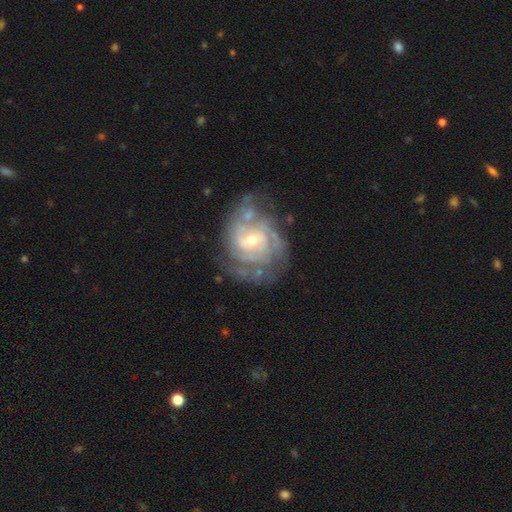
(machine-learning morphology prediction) Smooth or featured: featured or disk — 87% (smooth — 8%)
Edge-on disk: no — 97% (yes — 3%)
Bar: no — 55% (weak — 36%)
Spiral arms: yes — 94% (no — 6%)
Spiral winding: tight — 66% (medium — 28%)
Spiral arm count: can't tell — 33% (3 — 23%)
Bulge size: moderate — 49% (small — 47%)
Merging: none — 61% (minor disturbance — 22%)